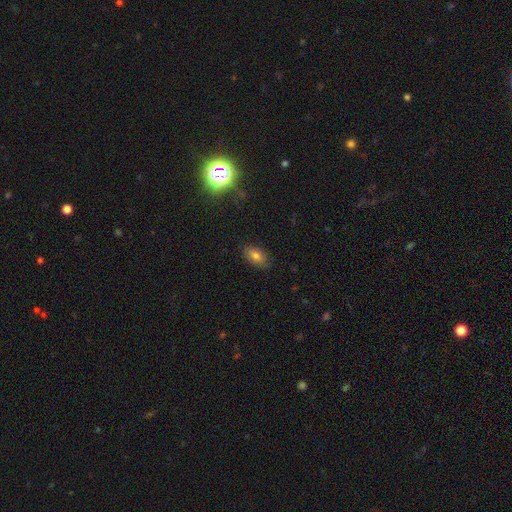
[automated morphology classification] This appears to be a smooth galaxy with no disk features (77%) that is in between round and cigar-shaped (90%). Merging: none (84%).